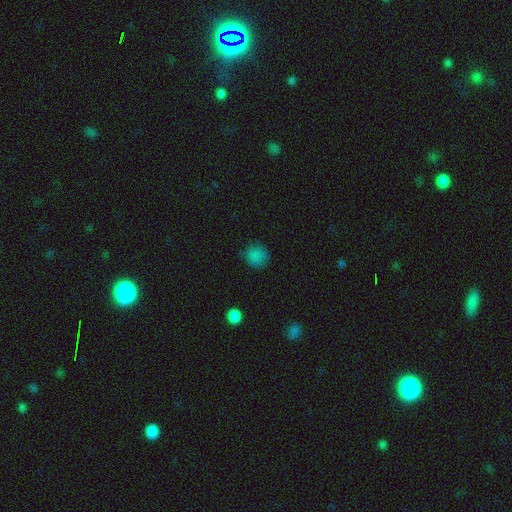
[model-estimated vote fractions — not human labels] smooth 82%, star or artifact 14%, featured or disk 4%. Down the decision tree: how rounded — round (91%); merging — none (82%).